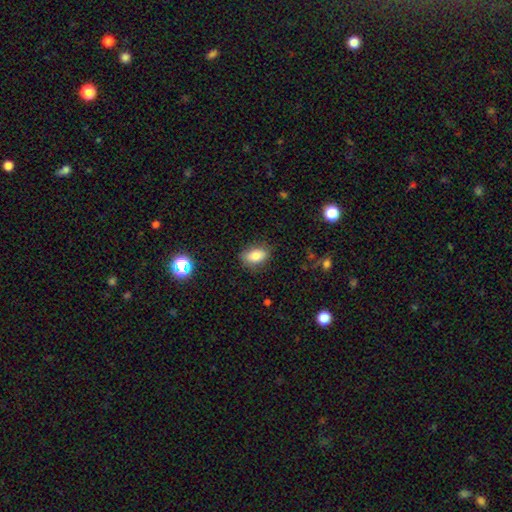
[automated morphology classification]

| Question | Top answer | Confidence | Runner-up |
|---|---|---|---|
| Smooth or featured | smooth | 82% | featured or disk (9%) |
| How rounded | in between | 87% | round (10%) |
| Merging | none | 81% | minor disturbance (14%) |